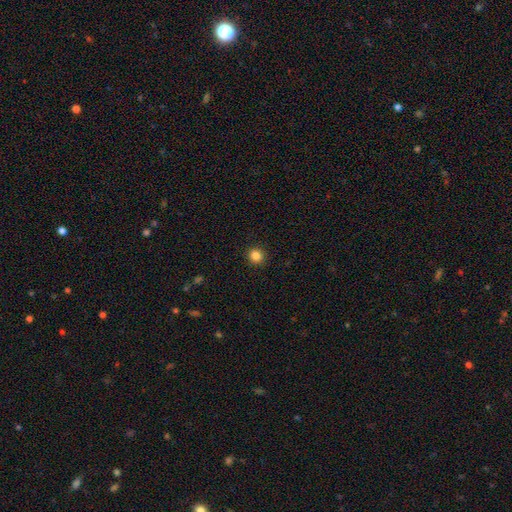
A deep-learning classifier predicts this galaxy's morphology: The model was most divided on "smooth or featured": smooth: 85%, star or artifact: 12%, featured or disk: 4%. More confident: merging — none (92%); how rounded — round (90%).